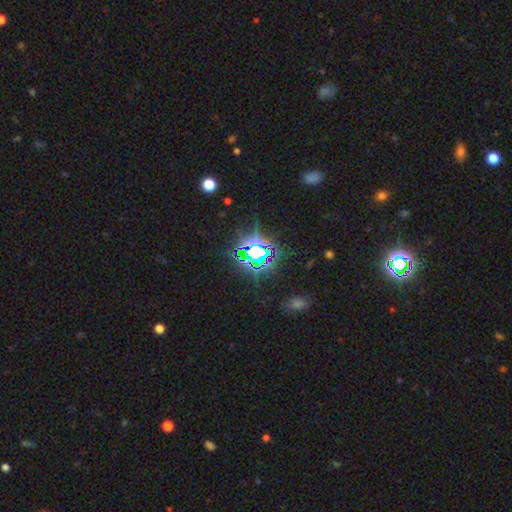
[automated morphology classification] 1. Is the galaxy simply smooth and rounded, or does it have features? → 81% star or artifact, 10% smooth, 9% featured or disk.